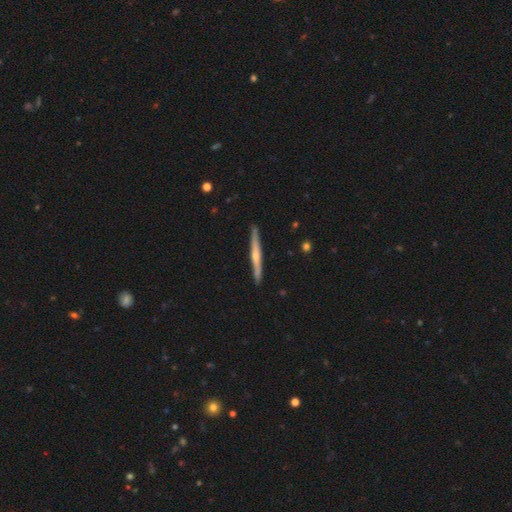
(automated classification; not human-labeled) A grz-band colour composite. It shows a featured or disk galaxy (66%) viewed edge-on (97%) with a rounded central bulge (69%). Merging: none (91%).